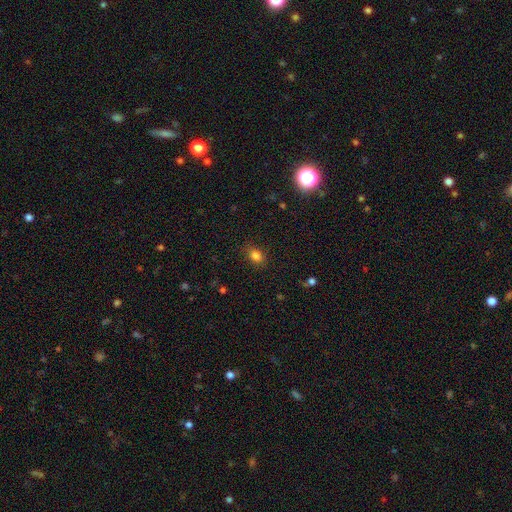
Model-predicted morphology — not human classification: Smooth or featured? Predicted: smooth (p=0.83). How rounded? Predicted: in between (p=0.67). Merging? Predicted: none (p=0.84).